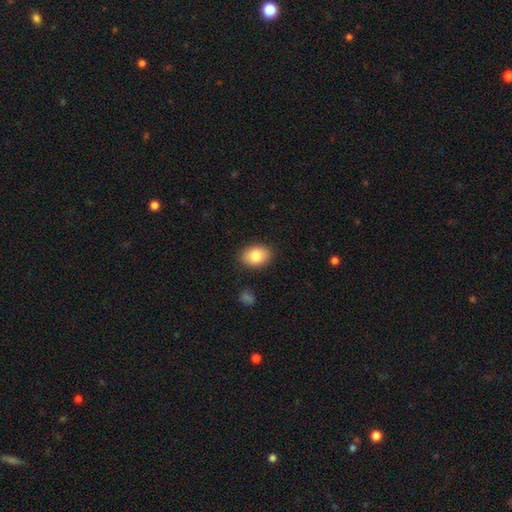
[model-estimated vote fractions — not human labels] Smooth or featured?
  - smooth: 85% *
  - featured or disk: 8%
  - star or artifact: 7%
How rounded?
  - in between: 80% *
  - round: 19%
  - cigar-shaped: 1%
Merging?
  - none: 87% *
  - minor disturbance: 9%
  - major disturbance: 2%
  - merger: 1%